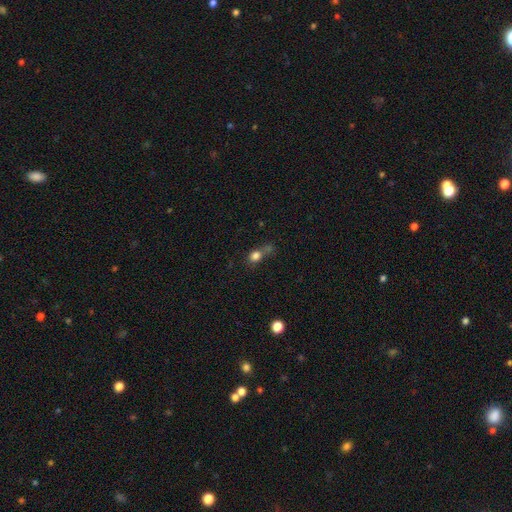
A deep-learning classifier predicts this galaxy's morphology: This is likely a smooth galaxy (77%). How rounded: possibly round (56%). Merging: marginally none (36%).